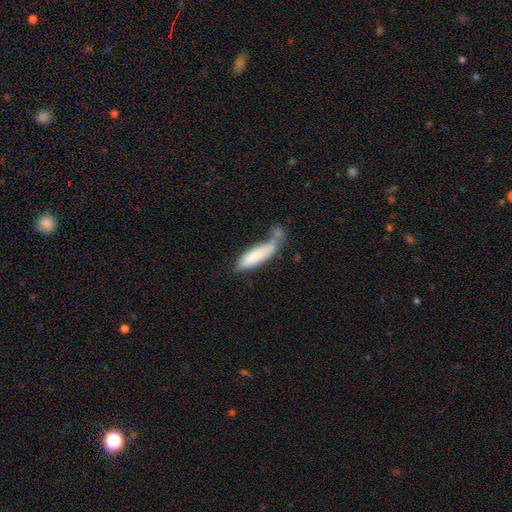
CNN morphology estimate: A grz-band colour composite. It shows a smooth galaxy with no disk features (81%) that is cigar-shaped (60%). Merging: none (37%).